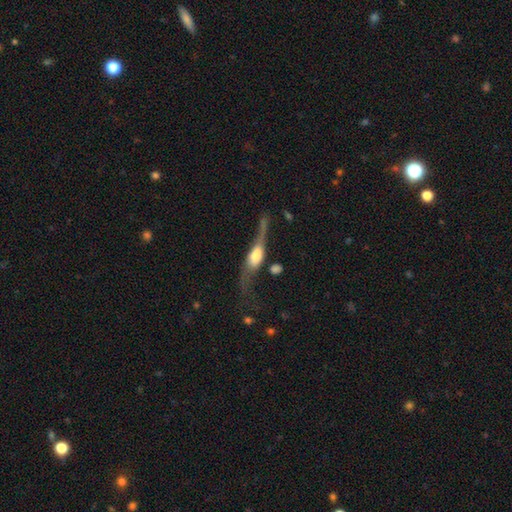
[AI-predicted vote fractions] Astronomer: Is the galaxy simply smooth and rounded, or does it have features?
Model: featured or disk — 63%.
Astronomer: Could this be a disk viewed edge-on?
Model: yes — 65%.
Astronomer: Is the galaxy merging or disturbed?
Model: none — 38% (runner-up: major disturbance, 31%).